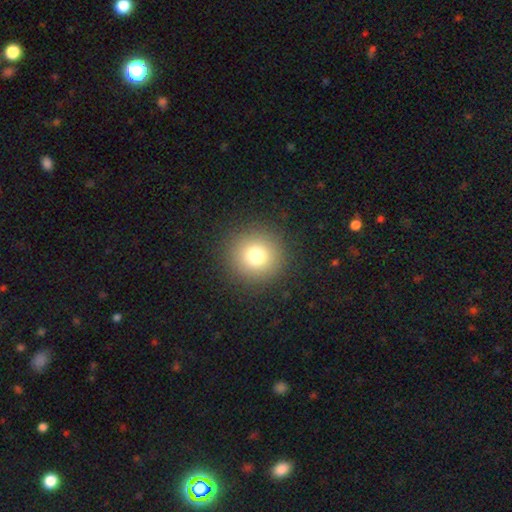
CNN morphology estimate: type=smooth (76%); roundness=round (95%); merging=none (91%).